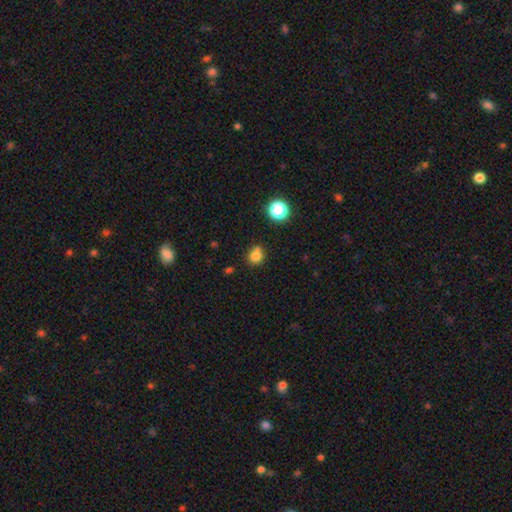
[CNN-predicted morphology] smooth-or-featured: smooth: 78% | star or artifact: 14% | featured or disk: 8%
  how-rounded: round: 75% | in between: 24% | cigar-shaped: 1%
  merging: none: 60% | minor disturbance: 18% | merger: 17% | major disturbance: 5%